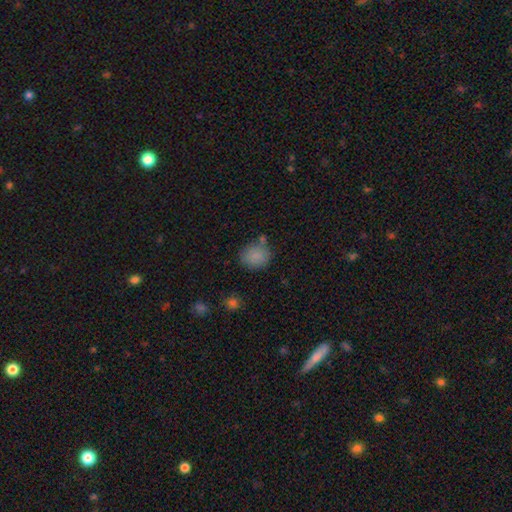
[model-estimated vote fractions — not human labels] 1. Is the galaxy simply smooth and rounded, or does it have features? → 85% smooth, 10% star or artifact, 6% featured or disk.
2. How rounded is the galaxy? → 69% round, 30% in between, 1% cigar-shaped.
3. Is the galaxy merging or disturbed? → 69% none, 17% minor disturbance, 9% merger, 5% major disturbance.